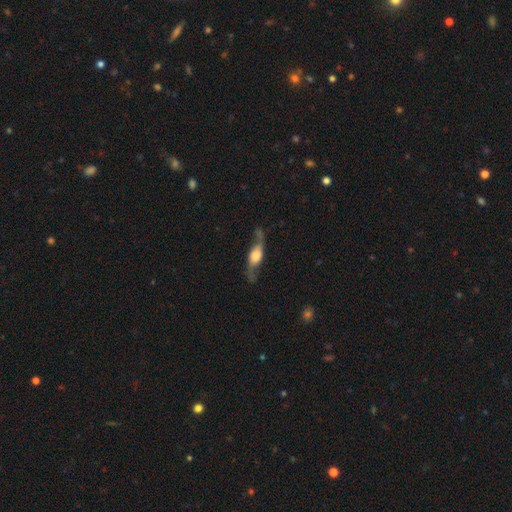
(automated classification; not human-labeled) Smooth or featured? Predicted: featured or disk (p=0.66). Edge-on disk? Predicted: yes (p=0.53). Merging? Predicted: none (p=0.58).